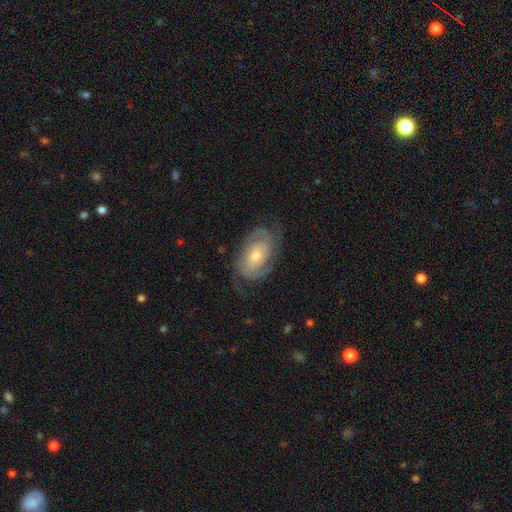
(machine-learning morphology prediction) Smooth or featured? featured or disk (84%)
Edge-on disk? no (96%)
Bar? no (68%)
Spiral arms? yes (96%)
Spiral winding? tight (59%)
Spiral arm count? 2 (60%)
Bulge size? small (50%)
Merging? none (74%)